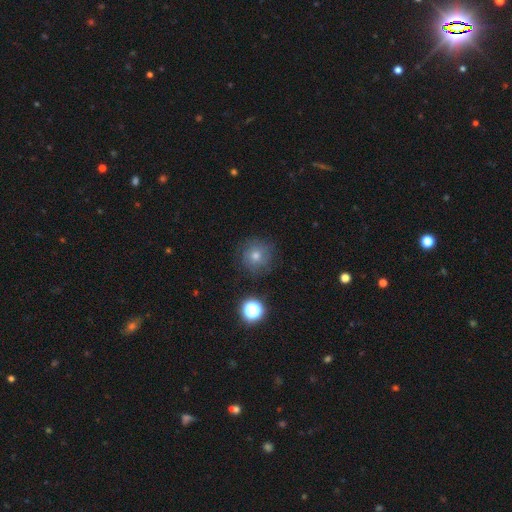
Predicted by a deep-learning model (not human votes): This appears to be a smooth galaxy with no disk features (61%) that is round (93%). Merging: none (80%).